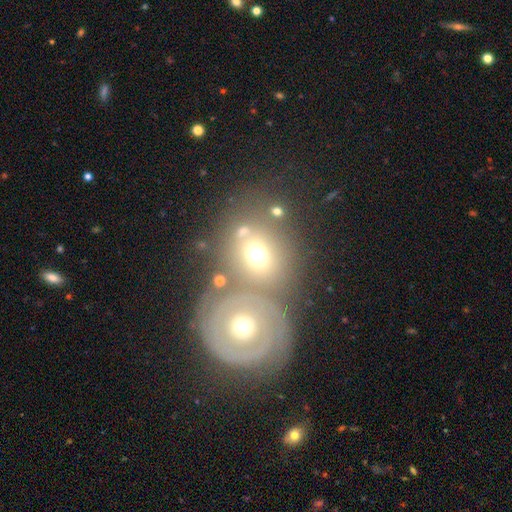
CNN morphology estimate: smooth_or_featured: featured or disk (p=0.54) [alt: smooth p=0.33]
disk_edge_on: no (p=0.94) [alt: yes p=0.06]
bar: no (p=0.75) [alt: weak p=0.17]
has_spiral_arms: yes (p=0.64) [alt: no p=0.36]
bulge_size: moderate (p=0.61) [alt: small p=0.25]
merging: merger (p=0.51) [alt: none p=0.35]